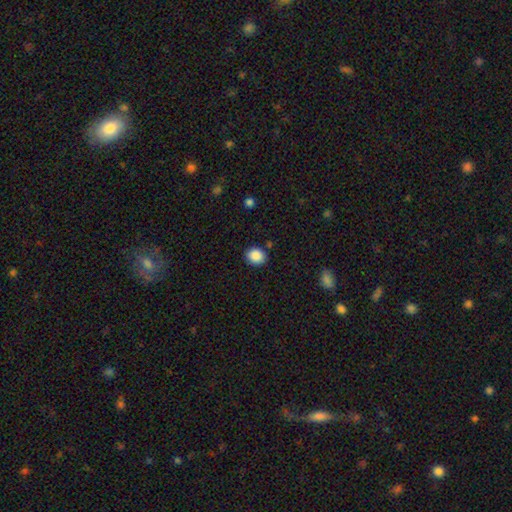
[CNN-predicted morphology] Smooth or featured: smooth — 88% (star or artifact — 8%)
How rounded: round — 62% (in between — 37%)
Merging: none — 87% (minor disturbance — 9%)